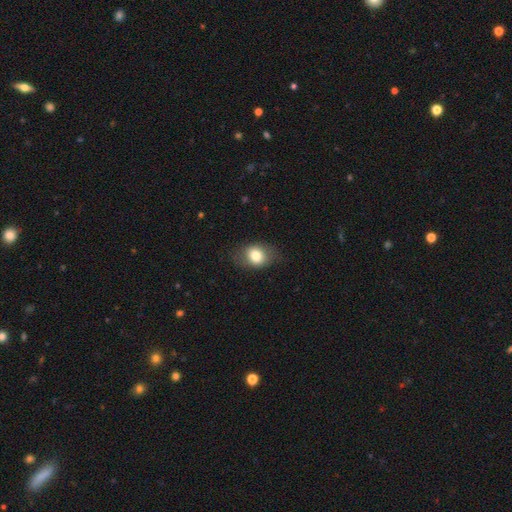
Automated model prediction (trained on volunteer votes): This is likely a smooth galaxy (76%). How rounded: possibly in between (58%). Merging: likely none (77%).